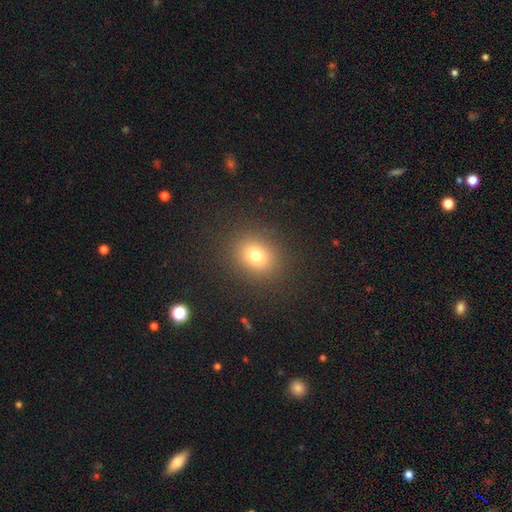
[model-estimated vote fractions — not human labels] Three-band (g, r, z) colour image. It shows a smooth galaxy with no disk features (76%) that is round (63%). Merging: none (87%).